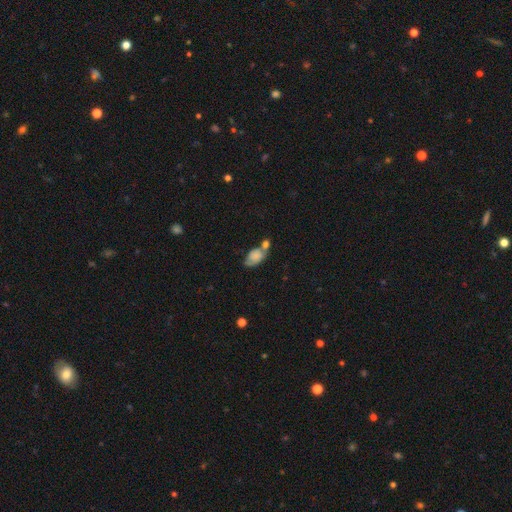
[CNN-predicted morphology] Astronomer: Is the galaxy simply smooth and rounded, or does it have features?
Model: smooth — 73%.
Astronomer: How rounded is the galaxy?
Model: in between — 85%.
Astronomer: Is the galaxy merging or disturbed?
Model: merger — 44% (runner-up: none, 28%).